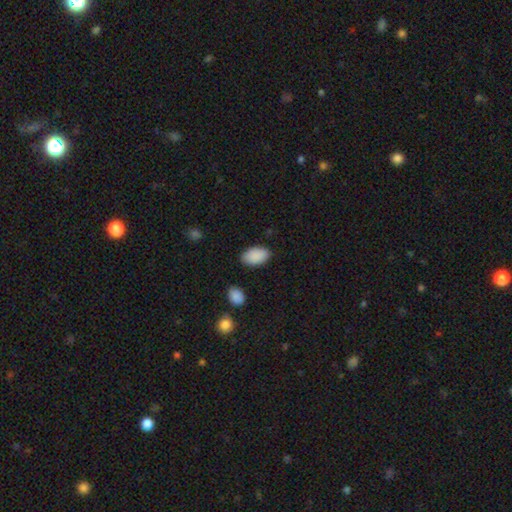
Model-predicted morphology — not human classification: smooth 90%, star or artifact 6%, featured or disk 4%. Down the decision tree: how rounded — in between (94%); merging — none (85%).